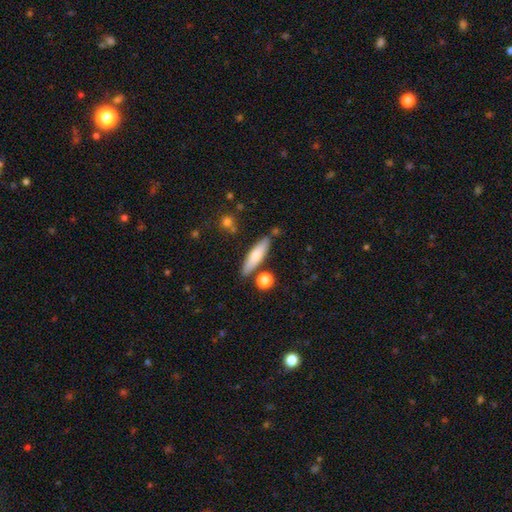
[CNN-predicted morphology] Smooth or featured? smooth (68%)
How rounded? cigar-shaped (69%)
Merging? none (80%)